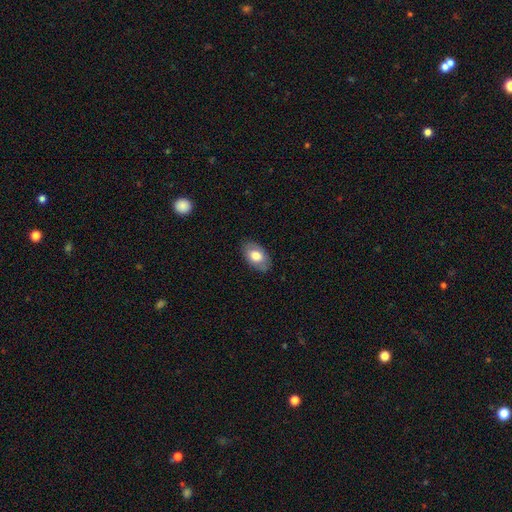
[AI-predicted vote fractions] smooth-or-featured: smooth: 74% | featured or disk: 20% | star or artifact: 6%
  how-rounded: in between: 92% | round: 6% | cigar-shaped: 1%
  merging: none: 83% | minor disturbance: 13% | major disturbance: 3% | merger: 1%